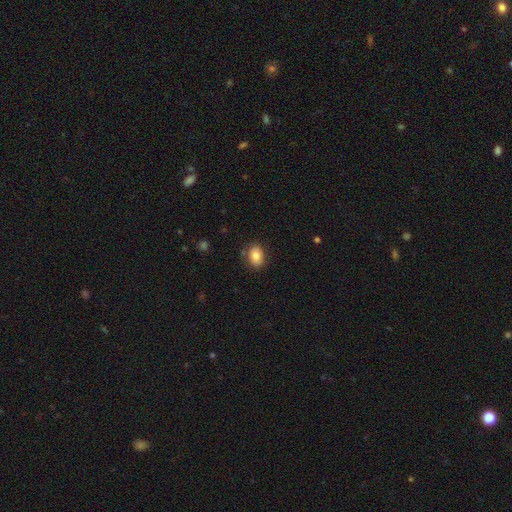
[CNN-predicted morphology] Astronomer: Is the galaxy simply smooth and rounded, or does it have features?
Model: smooth — 82%.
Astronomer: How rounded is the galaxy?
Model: in between — 74%.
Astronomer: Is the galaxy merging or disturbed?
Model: none — 82%.